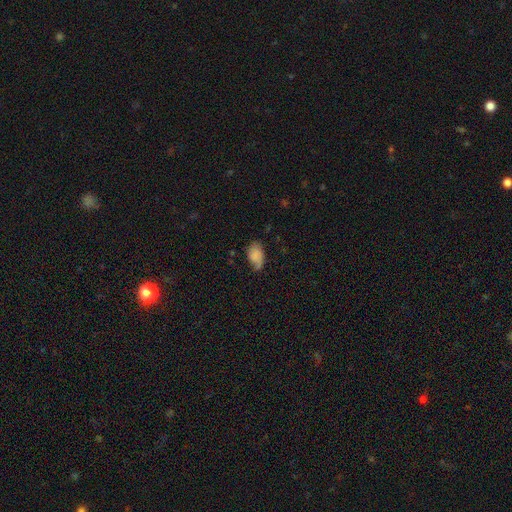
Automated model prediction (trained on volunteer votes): A smooth galaxy with no disk features (73%) that is in between round and cigar-shaped (90%).

Vote fractions:
- Smooth or featured? smooth: 73% / featured or disk: 19% / star or artifact: 9%
- How rounded? in between: 90% / round: 8% / cigar-shaped: 2%
- Merging? none: 48% / minor disturbance: 35% / major disturbance: 14% / merger: 2%